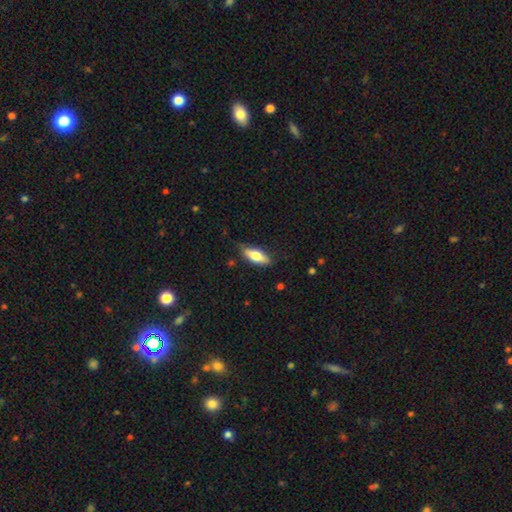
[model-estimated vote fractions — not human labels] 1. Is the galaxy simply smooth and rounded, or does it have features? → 62% smooth, 32% featured or disk, 6% star or artifact.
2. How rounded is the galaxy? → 65% in between, 33% cigar-shaped, 3% round.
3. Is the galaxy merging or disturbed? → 77% none, 18% minor disturbance, 3% major disturbance, 1% merger.